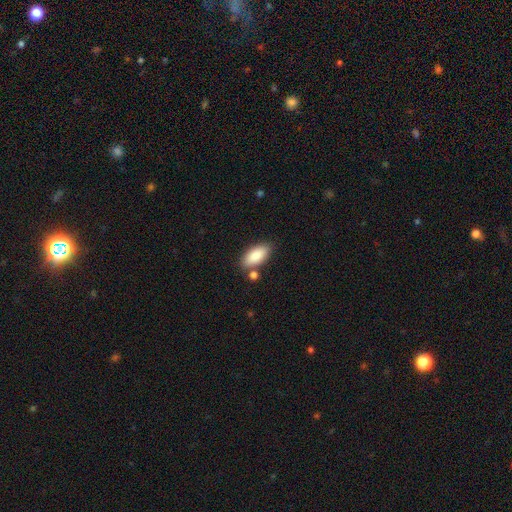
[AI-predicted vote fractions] smooth_or_featured: smooth (p=0.87) [alt: featured or disk p=0.07]
how_rounded: in between (p=0.91) [alt: cigar-shaped p=0.07]
merging: none (p=0.76) [alt: minor disturbance p=0.12]